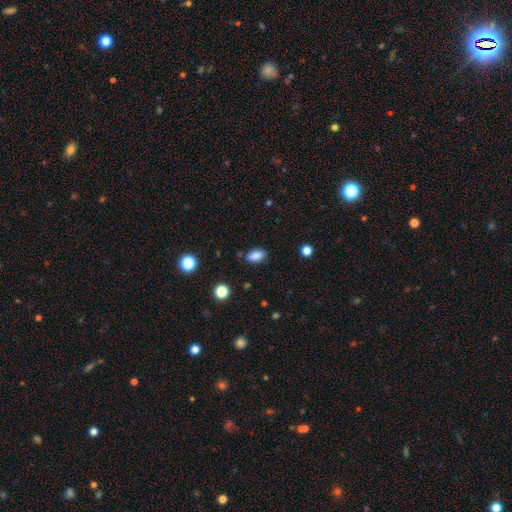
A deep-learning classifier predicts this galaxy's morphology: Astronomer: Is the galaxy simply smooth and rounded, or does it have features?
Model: smooth — 86%.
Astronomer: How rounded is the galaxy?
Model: in between — 90%.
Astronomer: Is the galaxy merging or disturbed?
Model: none — 84%.